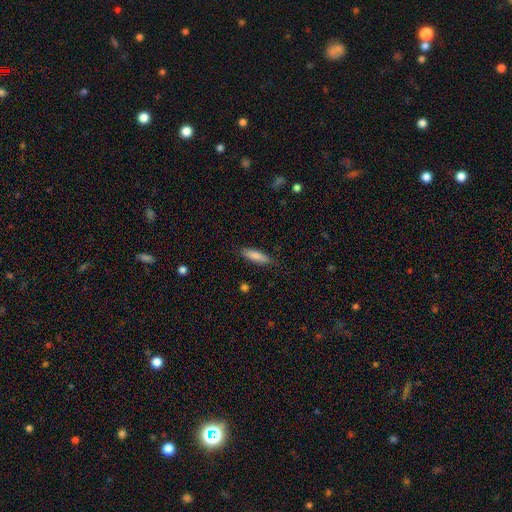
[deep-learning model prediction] Q: Smooth or featured?
A: smooth (85%); runner-up: featured or disk (9%)
Q: How rounded?
A: cigar-shaped (62%); runner-up: in between (37%)
Q: Merging?
A: none (84%); runner-up: minor disturbance (13%)